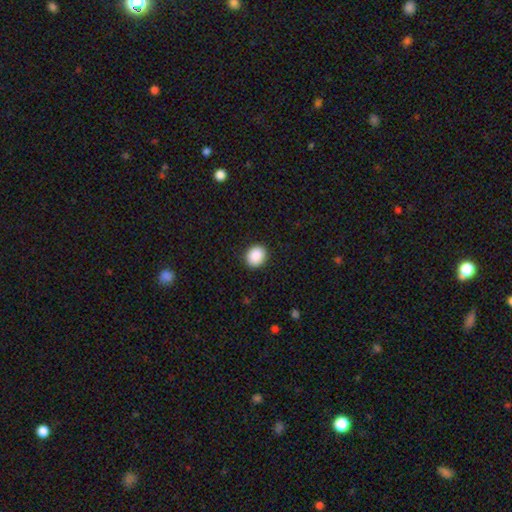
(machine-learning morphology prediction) Smooth or featured?
  - smooth: 90% *
  - star or artifact: 8%
  - featured or disk: 2%
How rounded?
  - round: 67% *
  - in between: 32%
  - cigar-shaped: 1%
Merging?
  - none: 91% *
  - minor disturbance: 6%
  - major disturbance: 2%
  - merger: 1%